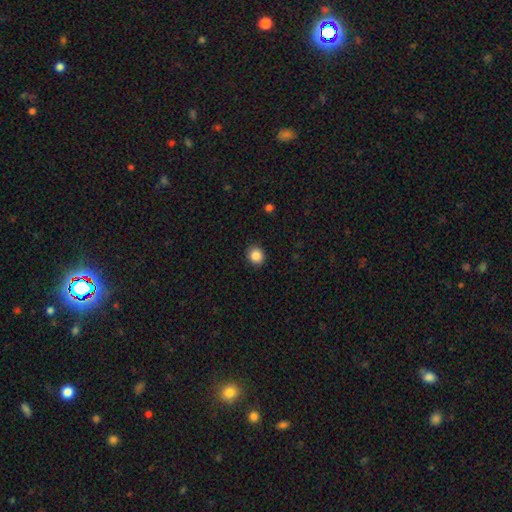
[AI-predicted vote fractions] Overall: smooth (87%). How rounded: round (79%). Merging: none (91%).